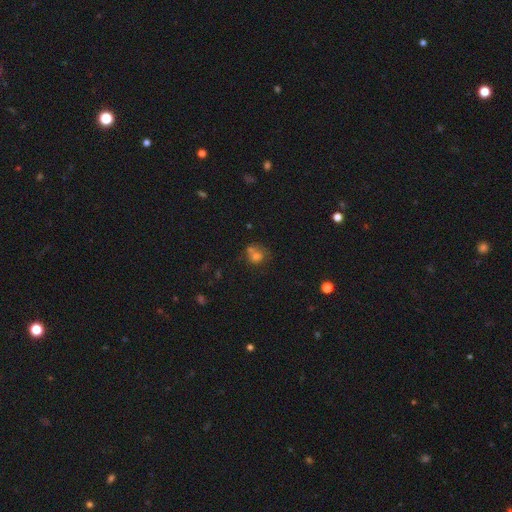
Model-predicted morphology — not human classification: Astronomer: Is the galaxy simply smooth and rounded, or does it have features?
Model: smooth — 65%.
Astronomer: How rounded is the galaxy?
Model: round — 68%.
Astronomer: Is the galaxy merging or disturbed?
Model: merger — 39% (runner-up: none, 37%).